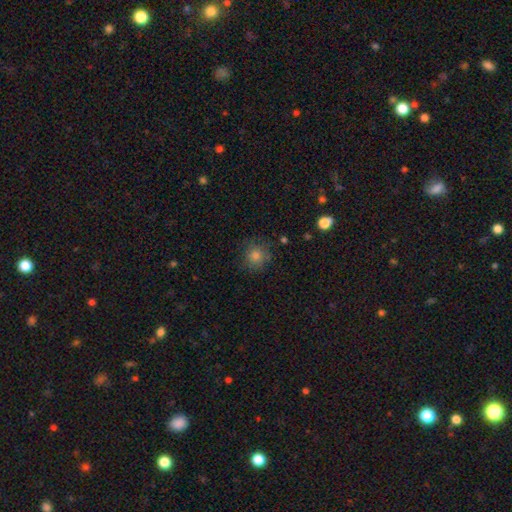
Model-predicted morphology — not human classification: Overall: smooth (79%). How rounded: round (90%). Merging: none (82%).